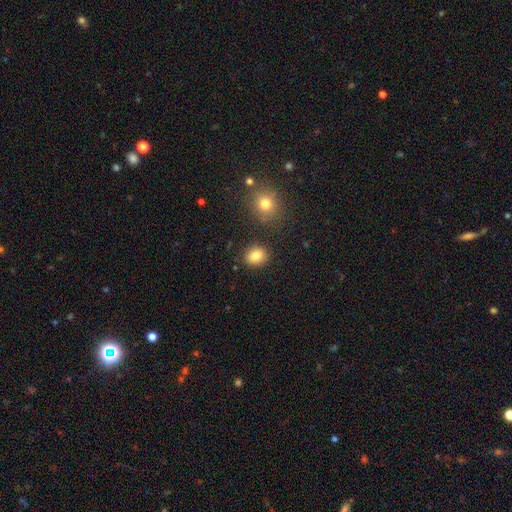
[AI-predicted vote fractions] Q: Smooth or featured?
A: smooth (84%); runner-up: star or artifact (10%)
Q: How rounded?
A: round (55%); runner-up: in between (44%)
Q: Merging?
A: none (85%); runner-up: minor disturbance (8%)